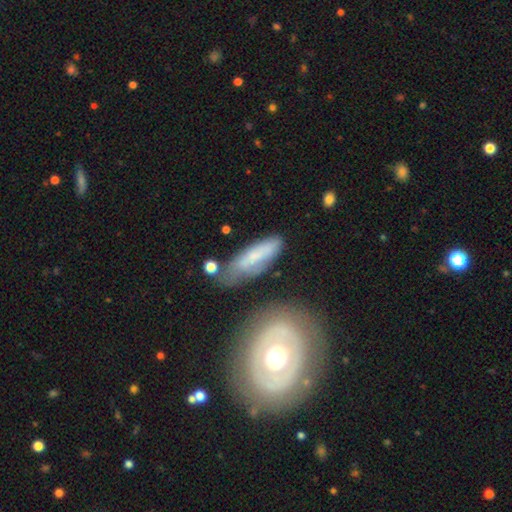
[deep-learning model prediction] This is possibly a smooth galaxy (54%). How rounded: possibly cigar-shaped (50%). Merging: possibly none (59%).